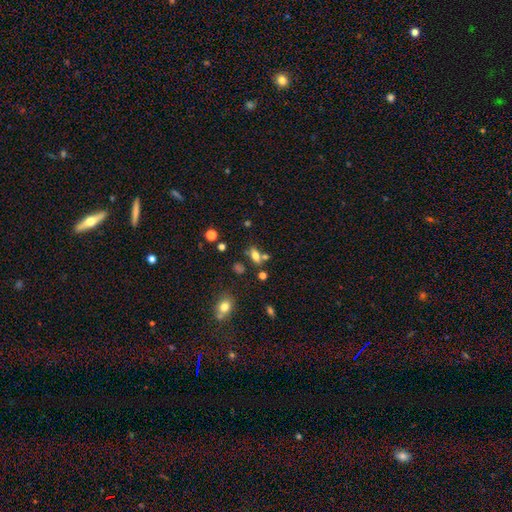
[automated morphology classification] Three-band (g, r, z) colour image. It shows a smooth galaxy with no disk features (64%) that is in between round and cigar-shaped (74%). Merging: none (54%).